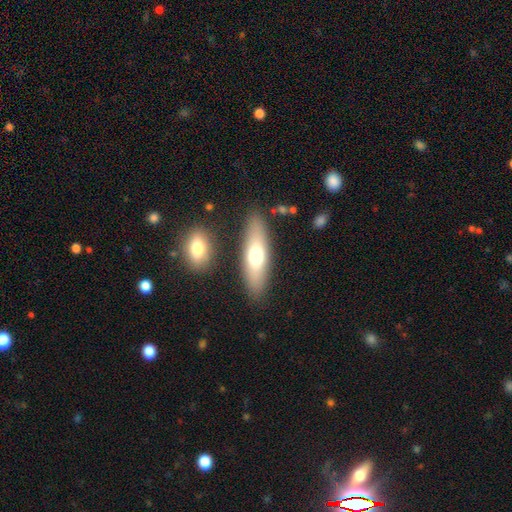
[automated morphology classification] A smooth galaxy with no disk features (65%) that is in between round and cigar-shaped (49%, tied with cigar-shaped). Merging: none (85%).